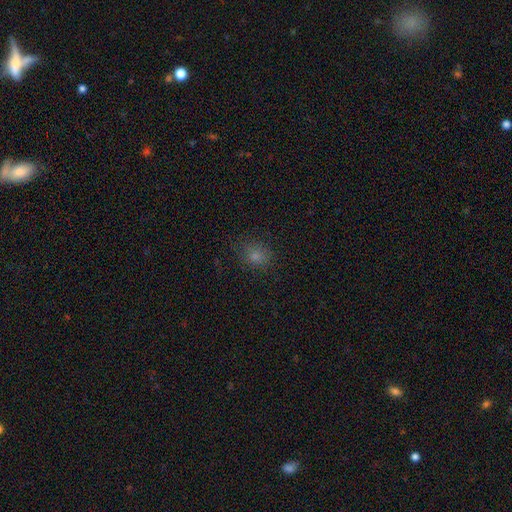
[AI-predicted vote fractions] A smooth galaxy with no disk features (70%) that is round (74%).

Vote fractions:
- Smooth or featured? smooth: 70% / star or artifact: 22% / featured or disk: 8%
- How rounded? round: 74% / in between: 25% / cigar-shaped: 1%
- Merging? none: 83% / minor disturbance: 12% / major disturbance: 4% / merger: 1%